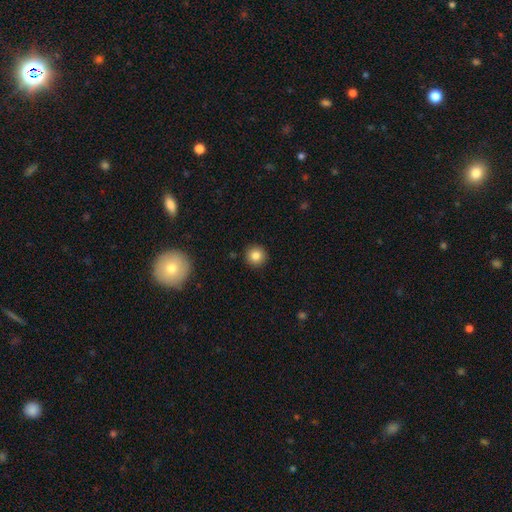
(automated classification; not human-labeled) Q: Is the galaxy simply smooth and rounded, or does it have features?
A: smooth — 83%.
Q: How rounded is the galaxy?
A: round — 95%.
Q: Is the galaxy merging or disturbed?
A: none — 92%.